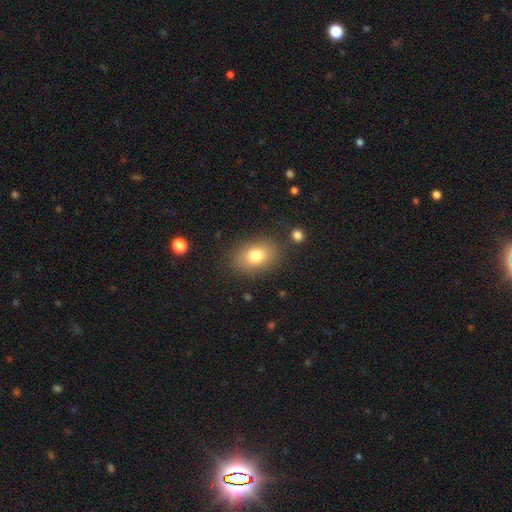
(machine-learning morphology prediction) smooth_or_featured: smooth (p=0.78) [alt: featured or disk p=0.12]
how_rounded: in between (p=0.75) [alt: round p=0.23]
merging: none (p=0.83) [alt: minor disturbance p=0.11]